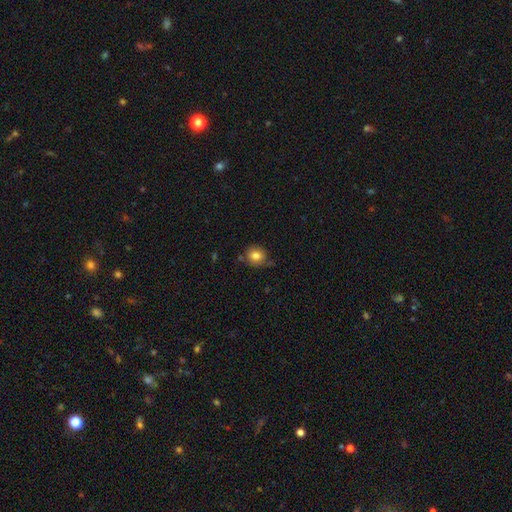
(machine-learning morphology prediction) The model was most divided on "merging": none: 70%, minor disturbance: 21%, major disturbance: 5%, merger: 4%. More confident: smooth or featured — smooth (82%); how rounded — round (81%).